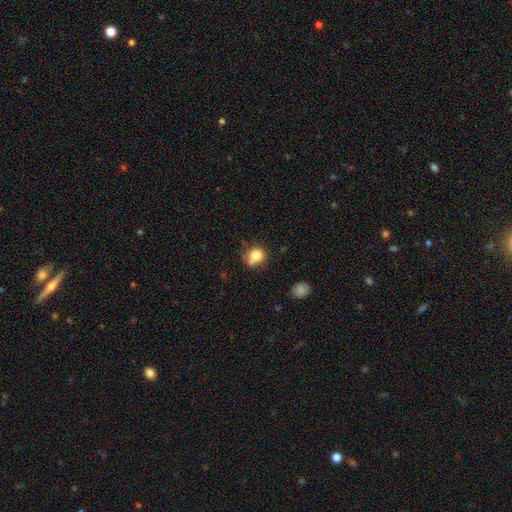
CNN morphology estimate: Overall: smooth (80%). How rounded: round (80%). Merging: none (51%; merger 23%).